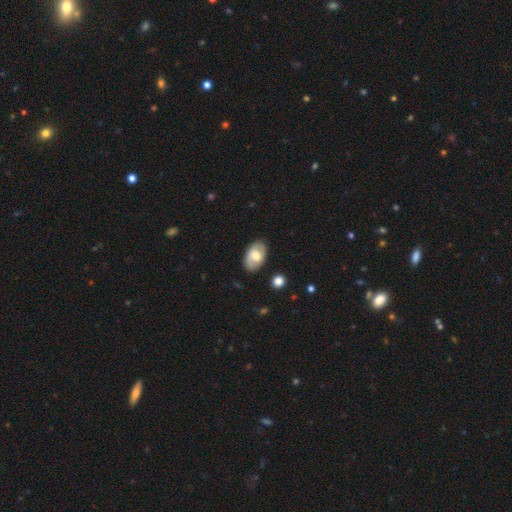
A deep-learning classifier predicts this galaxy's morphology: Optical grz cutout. It shows a smooth galaxy with no disk features (56%) that is in between round and cigar-shaped (91%). Merging: none (83%).